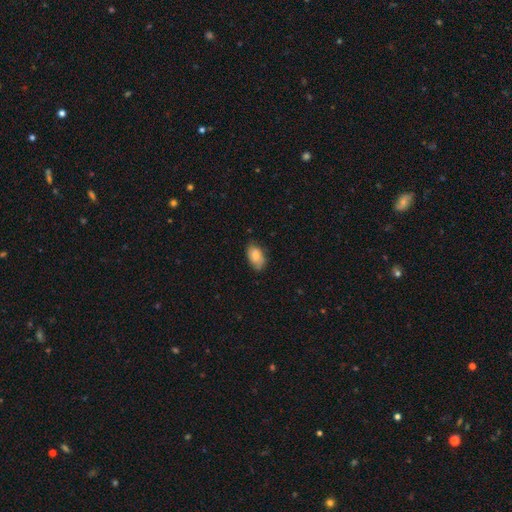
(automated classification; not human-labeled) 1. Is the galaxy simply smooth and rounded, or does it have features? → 76% smooth, 17% featured or disk, 7% star or artifact.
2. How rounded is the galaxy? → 92% in between, 6% round, 2% cigar-shaped.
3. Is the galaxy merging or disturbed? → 73% none, 22% minor disturbance, 4% major disturbance, 1% merger.